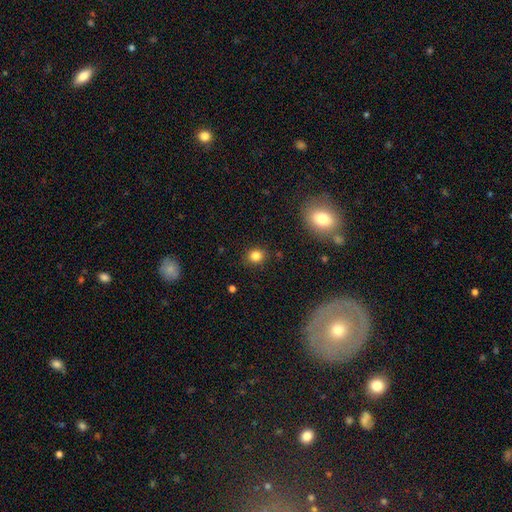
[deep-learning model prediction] smooth_or_featured: smooth (p=0.83) [alt: star or artifact p=0.12]
how_rounded: round (p=0.72) [alt: in between p=0.27]
merging: none (p=0.87) [alt: minor disturbance p=0.09]